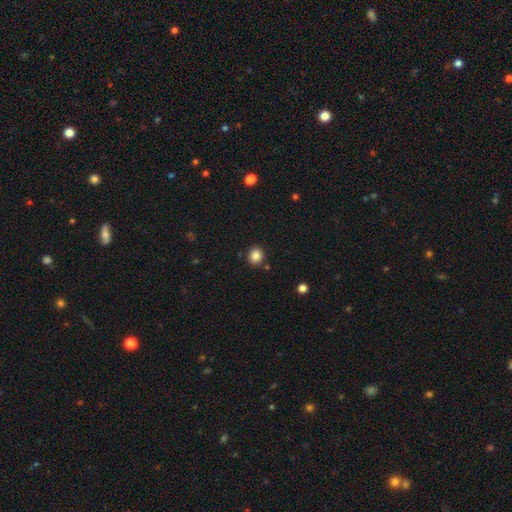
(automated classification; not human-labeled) Overall: smooth (85%). How rounded: round (82%). Merging: none (88%).